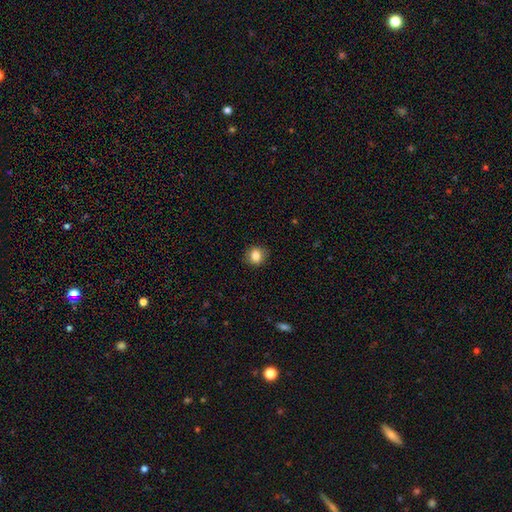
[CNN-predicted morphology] Smooth or featured?
  - smooth: 82% *
  - star or artifact: 10%
  - featured or disk: 7%
How rounded?
  - round: 80% *
  - in between: 19%
  - cigar-shaped: 1%
Merging?
  - none: 88% *
  - minor disturbance: 9%
  - major disturbance: 2%
  - merger: 1%